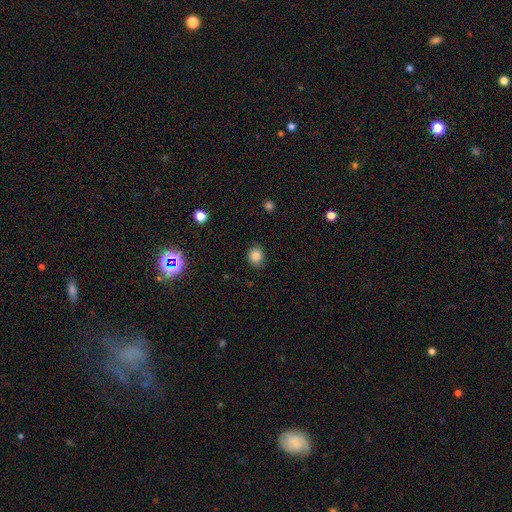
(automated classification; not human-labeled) smooth_or_featured: smooth (p=0.84) [alt: star or artifact p=0.11]
how_rounded: round (p=0.69) [alt: in between p=0.30]
merging: none (p=0.85) [alt: minor disturbance p=0.12]